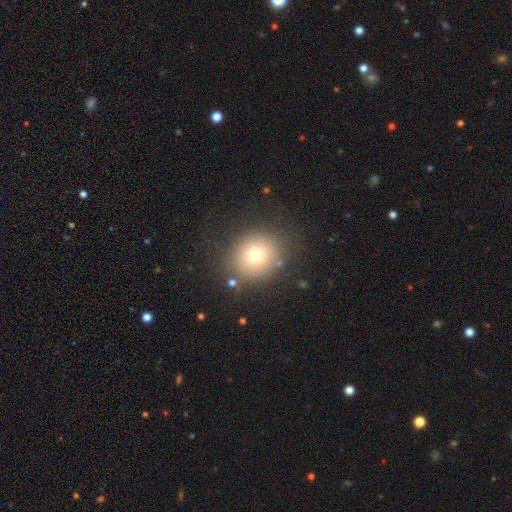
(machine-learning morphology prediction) smooth_or_featured: smooth (p=0.72) [alt: star or artifact p=0.15]
how_rounded: round (p=0.84) [alt: in between p=0.15]
merging: none (p=0.83) [alt: minor disturbance p=0.10]